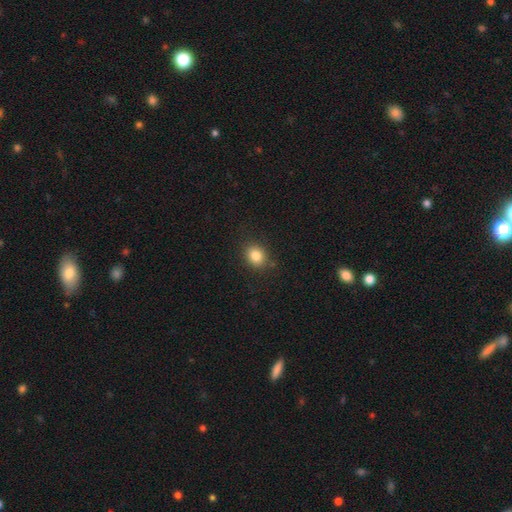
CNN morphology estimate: Overall: smooth (83%). How rounded: round (56%; in between 43%). Merging: none (86%).